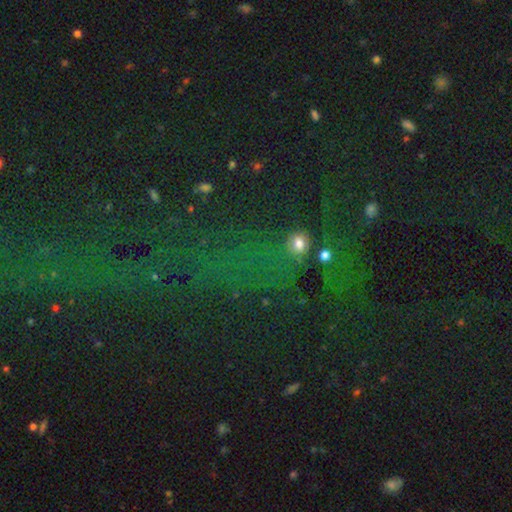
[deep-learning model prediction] Morphology: type=star or artifact (67%).